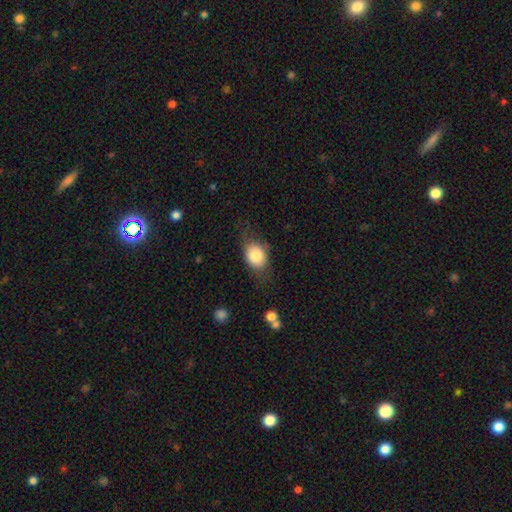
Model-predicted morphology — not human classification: Smooth or featured? Predicted: smooth (p=0.78). How rounded? Predicted: in between (p=0.59). Merging? Predicted: none (p=0.57).